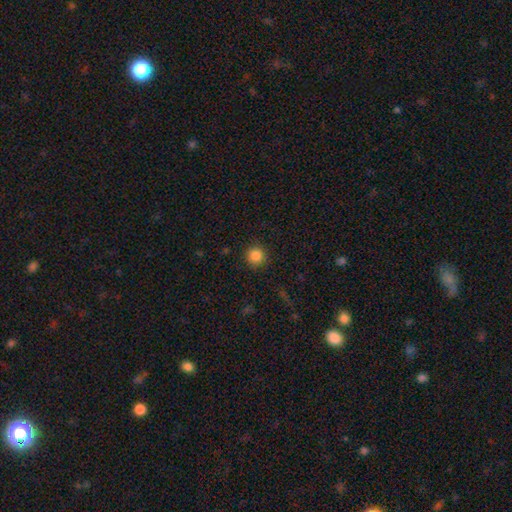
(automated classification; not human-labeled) Smooth or featured? smooth (85%)
How rounded? round (95%)
Merging? none (91%)